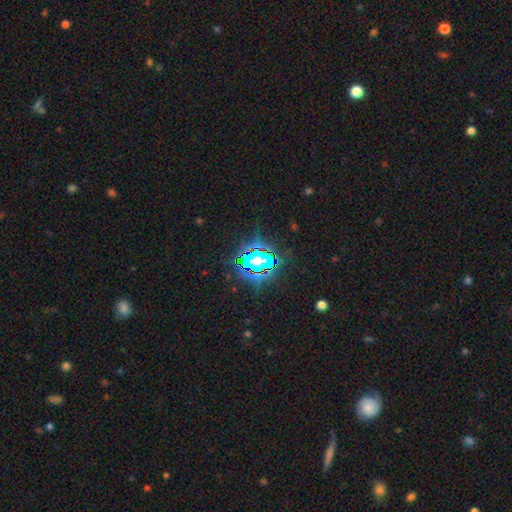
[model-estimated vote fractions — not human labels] smooth-or-featured: star or artifact: 75% | smooth: 14% | featured or disk: 11%